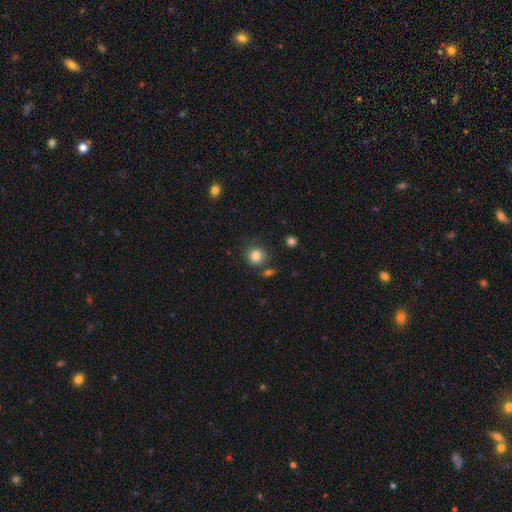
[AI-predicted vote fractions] smooth-or-featured: smooth: 83% | star or artifact: 10% | featured or disk: 7%
  how-rounded: round: 88% | in between: 11% | cigar-shaped: 1%
  merging: none: 75% | minor disturbance: 13% | merger: 8% | major disturbance: 4%